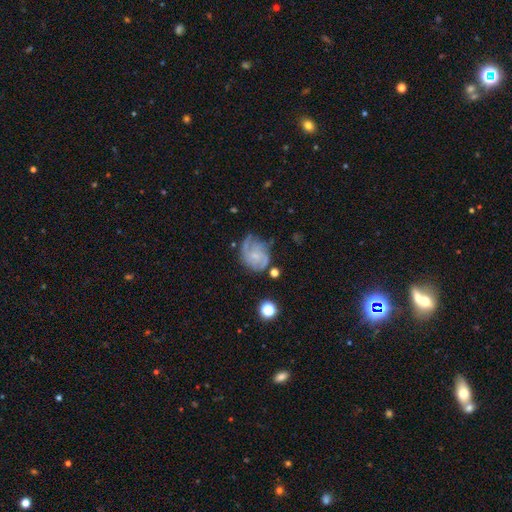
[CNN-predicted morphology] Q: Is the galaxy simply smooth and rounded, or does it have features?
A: featured or disk — 71%.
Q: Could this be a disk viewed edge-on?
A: no — 98%.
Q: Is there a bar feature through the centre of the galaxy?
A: no — 69%.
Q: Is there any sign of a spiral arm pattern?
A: yes — 88%.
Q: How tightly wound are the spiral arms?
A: tight — 42%.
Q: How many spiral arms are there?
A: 2 — 36%.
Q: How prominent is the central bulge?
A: small — 65%.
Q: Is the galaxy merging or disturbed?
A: none — 48%.